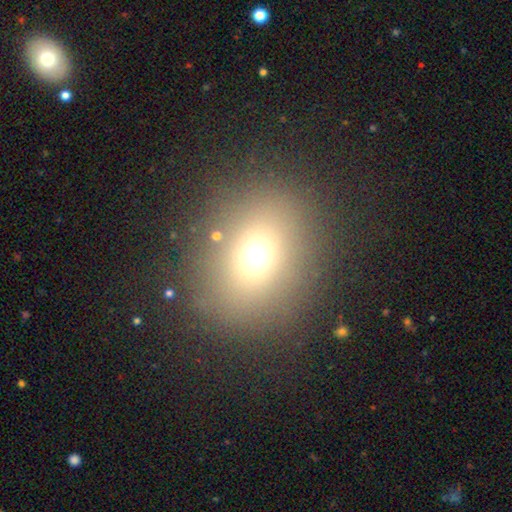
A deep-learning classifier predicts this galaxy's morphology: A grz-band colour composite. It shows a smooth galaxy with no disk features (67%) that is round (64%). Merging: none (83%).